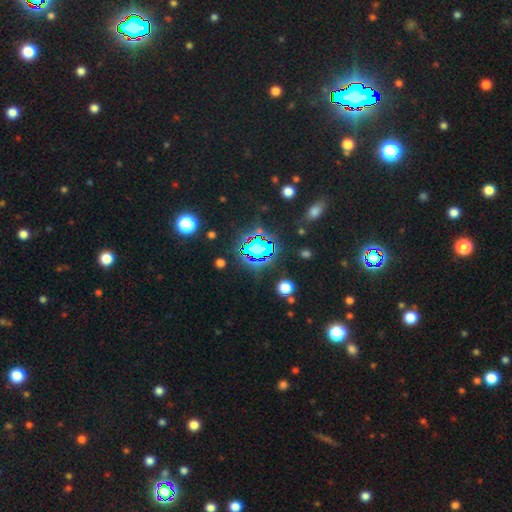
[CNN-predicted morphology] This is likely a star or artifact rather than a galaxy (74%).